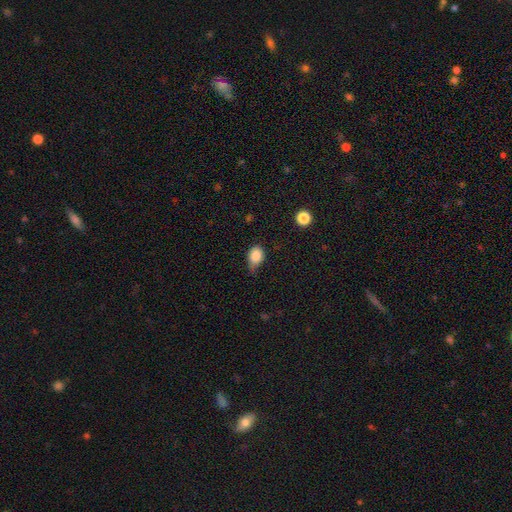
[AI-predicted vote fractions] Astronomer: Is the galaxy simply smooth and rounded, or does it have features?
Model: smooth — 85%.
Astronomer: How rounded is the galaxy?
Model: in between — 61% (runner-up: round, 37%).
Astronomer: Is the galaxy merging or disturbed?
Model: minor disturbance — 44% (runner-up: none, 41%).